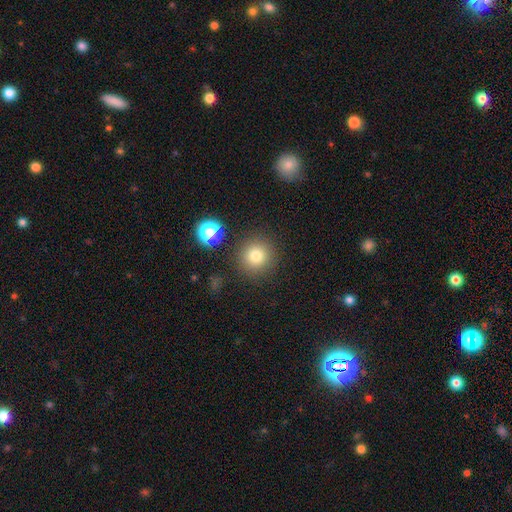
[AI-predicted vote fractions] Smooth or featured? smooth (78%)
How rounded? round (94%)
Merging? none (86%)